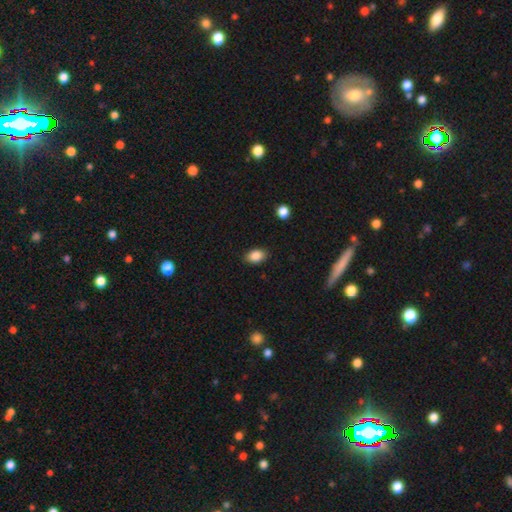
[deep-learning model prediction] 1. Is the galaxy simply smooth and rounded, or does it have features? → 87% smooth, 8% star or artifact, 4% featured or disk.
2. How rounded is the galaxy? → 83% in between, 15% round, 1% cigar-shaped.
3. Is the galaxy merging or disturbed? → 85% none, 11% minor disturbance, 2% major disturbance, 1% merger.